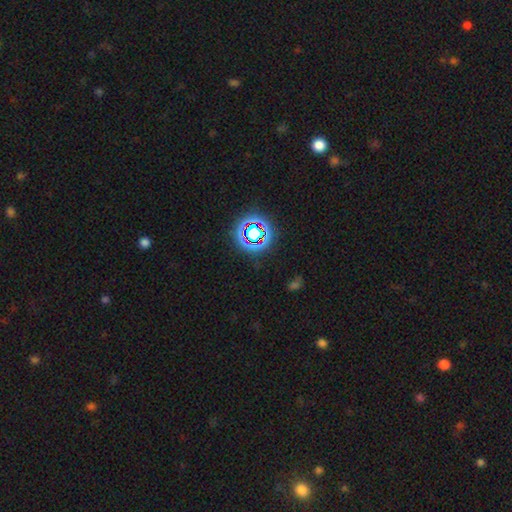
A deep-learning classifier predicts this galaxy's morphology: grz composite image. It shows a star or artifact, not a galaxy (73%).